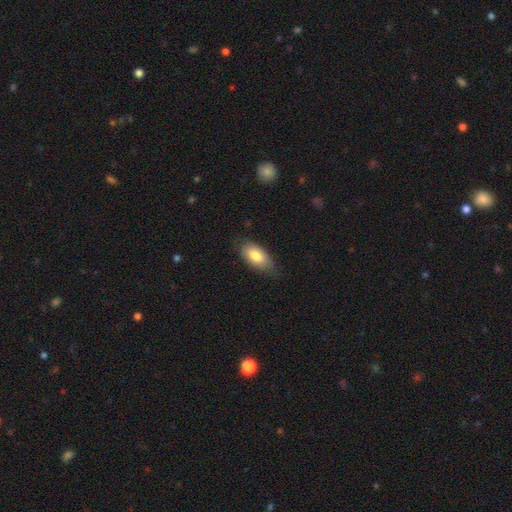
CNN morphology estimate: This is clearly a smooth galaxy (80%). How rounded: clearly in between (92%). Merging: likely none (74%).